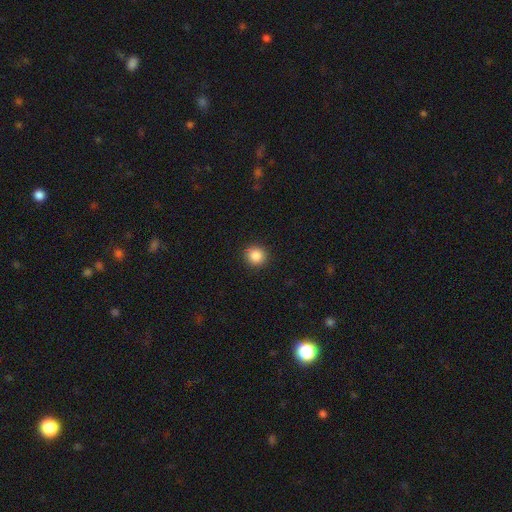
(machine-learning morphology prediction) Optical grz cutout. It shows a smooth galaxy with no disk features (87%) that is round (93%). Merging: none (92%).